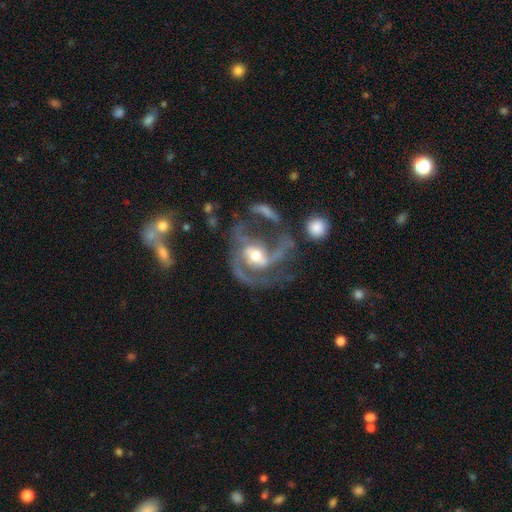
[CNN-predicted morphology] Q: Smooth or featured?
A: featured or disk (89%); runner-up: smooth (6%)
Q: Edge-on disk?
A: no (97%); runner-up: yes (3%)
Q: Bar?
A: weak (39%); runner-up: no (32%)
Q: Spiral arms?
A: yes (94%); runner-up: no (6%)
Q: Spiral winding?
A: medium (52%); runner-up: loose (30%)
Q: Spiral arm count?
A: 2 (70%); runner-up: 3 (10%)
Q: Bulge size?
A: moderate (67%); runner-up: small (21%)
Q: Merging?
A: none (37%); runner-up: major disturbance (35%)